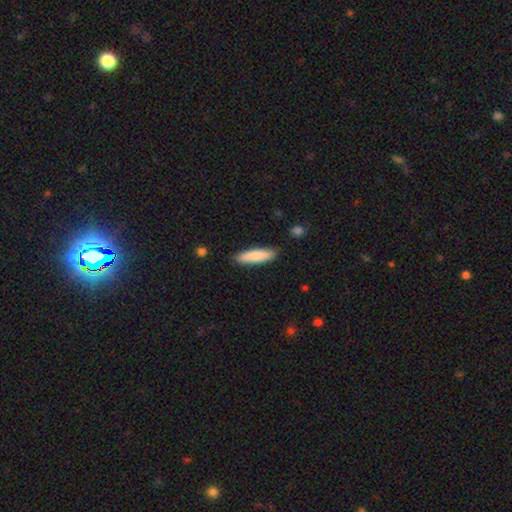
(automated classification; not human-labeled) smooth_or_featured: smooth (p=0.84) [alt: featured or disk p=0.11]
how_rounded: cigar-shaped (p=0.74) [alt: in between p=0.24]
merging: none (p=0.87) [alt: minor disturbance p=0.09]